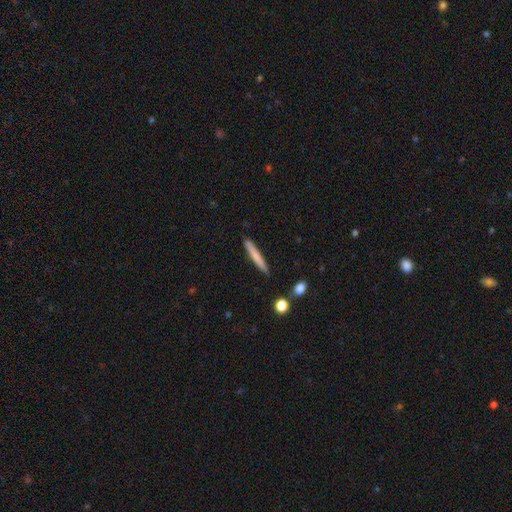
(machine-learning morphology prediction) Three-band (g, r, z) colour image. It shows a smooth galaxy with no disk features (71%) that is cigar-shaped (95%). Merging: none (87%).